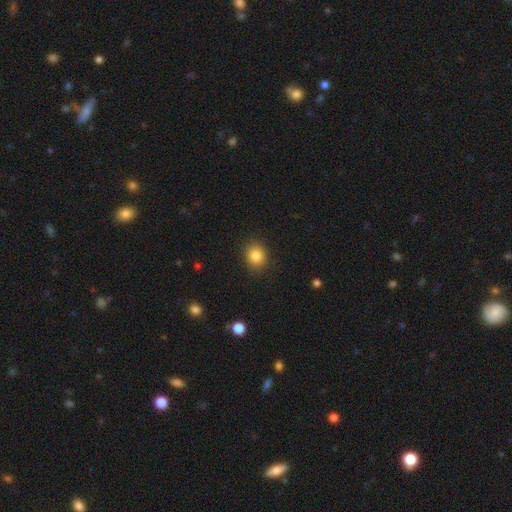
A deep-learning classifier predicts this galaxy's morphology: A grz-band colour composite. It shows a smooth galaxy with no disk features (84%) that is round (70%). Merging: none (88%).